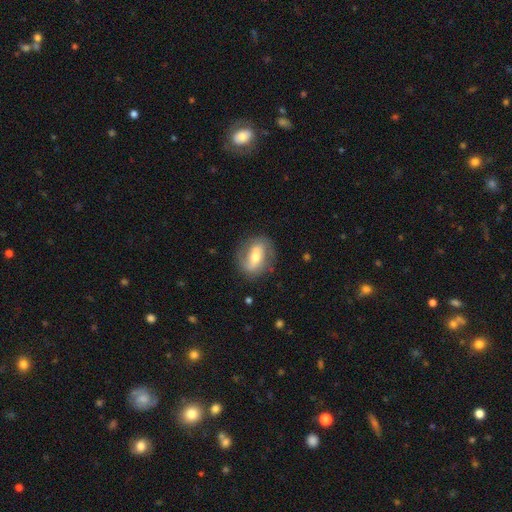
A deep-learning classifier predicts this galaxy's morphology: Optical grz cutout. It shows a featured or disk galaxy (63%) with a strong bar (45%), spiral arms (69%) and a moderate central bulge (64%). Merging: none (78%).